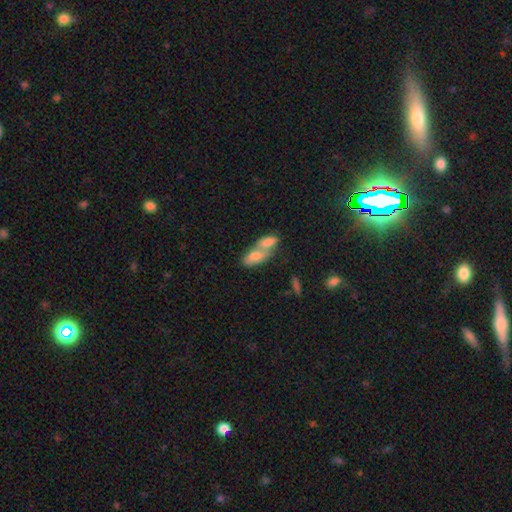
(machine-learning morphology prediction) smooth_or_featured: smooth (p=0.69) [alt: featured or disk p=0.22]
how_rounded: in between (p=0.85) [alt: cigar-shaped p=0.09]
merging: merger (p=0.72) [alt: none p=0.18]